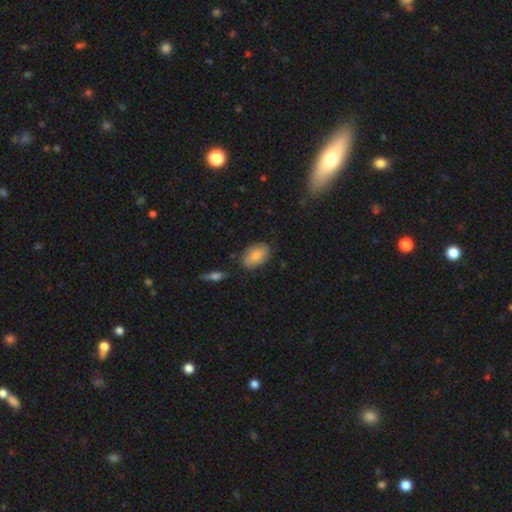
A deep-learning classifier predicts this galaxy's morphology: This appears to be a smooth galaxy with no disk features (79%) that is in between round and cigar-shaped (89%). Merging: none (76%).